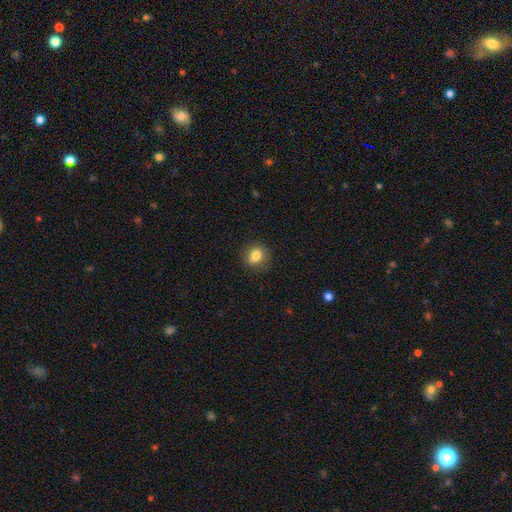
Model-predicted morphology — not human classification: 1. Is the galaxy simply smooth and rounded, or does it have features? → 82% smooth, 9% star or artifact, 9% featured or disk.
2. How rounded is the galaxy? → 72% round, 27% in between, 1% cigar-shaped.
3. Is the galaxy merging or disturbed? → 85% none, 11% minor disturbance, 3% major disturbance, 1% merger.